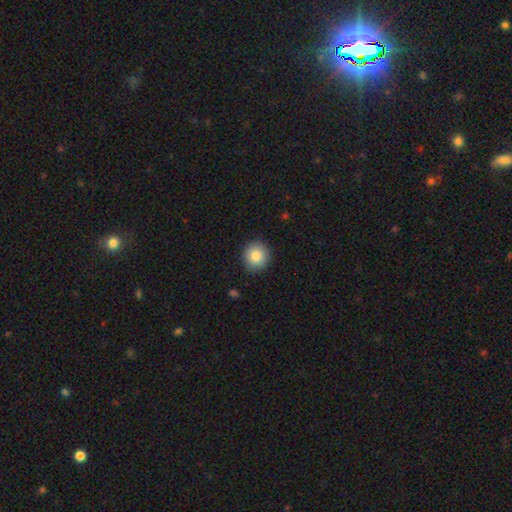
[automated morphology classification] Q: Smooth or featured?
A: smooth (86%); runner-up: star or artifact (8%)
Q: How rounded?
A: round (89%); runner-up: in between (10%)
Q: Merging?
A: none (90%); runner-up: minor disturbance (7%)